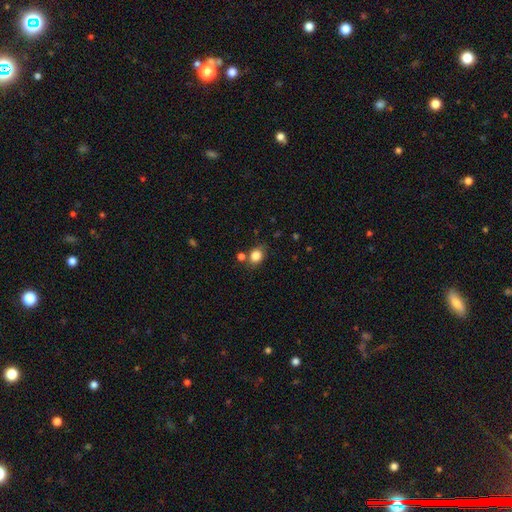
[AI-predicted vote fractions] smooth-or-featured: smooth: 83% | star or artifact: 11% | featured or disk: 6%
  how-rounded: round: 54% | in between: 45% | cigar-shaped: 1%
  merging: none: 70% | minor disturbance: 14% | merger: 11% | major disturbance: 4%